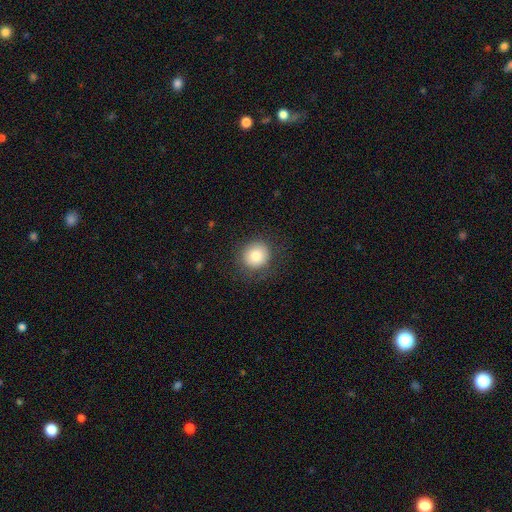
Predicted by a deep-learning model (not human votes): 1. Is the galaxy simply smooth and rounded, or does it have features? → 80% smooth, 10% featured or disk, 10% star or artifact.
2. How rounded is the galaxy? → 90% round, 9% in between, 1% cigar-shaped.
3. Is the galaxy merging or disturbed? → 83% none, 11% minor disturbance, 5% major disturbance, 1% merger.